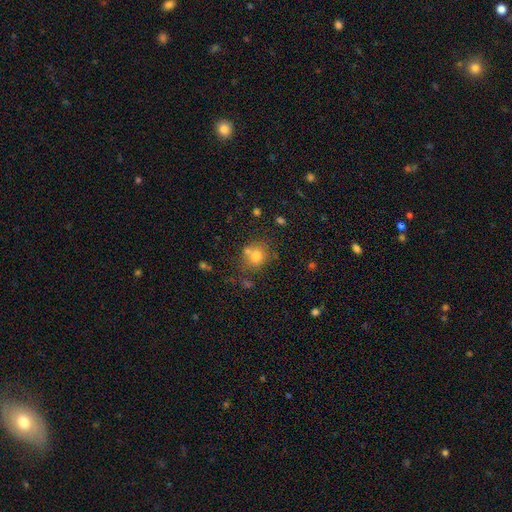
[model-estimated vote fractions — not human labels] Smooth or featured: smooth — 72% (star or artifact — 15%)
How rounded: round — 76% (in between — 23%)
Merging: none — 60% (merger — 23%)